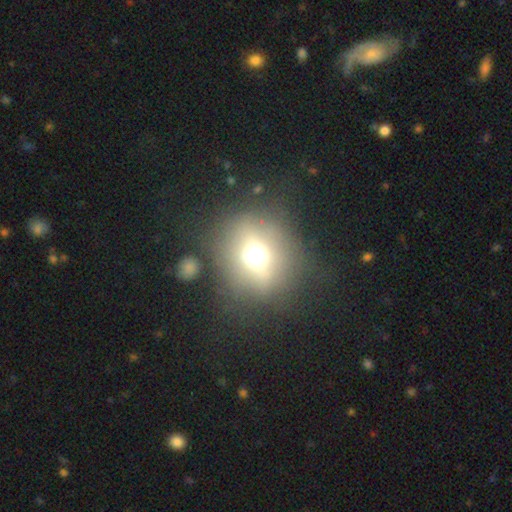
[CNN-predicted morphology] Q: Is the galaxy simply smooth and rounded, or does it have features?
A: smooth — 59%.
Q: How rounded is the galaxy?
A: round — 86%.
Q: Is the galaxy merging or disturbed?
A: none — 76%.